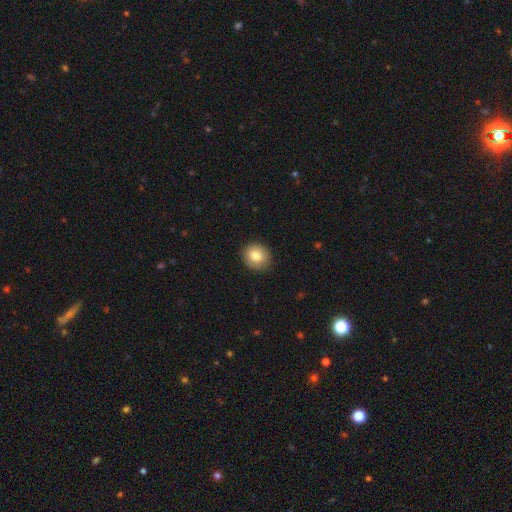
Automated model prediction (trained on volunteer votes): A smooth galaxy with no disk features (81%) that is round (75%).

Vote fractions:
- Smooth or featured? smooth: 81% / featured or disk: 11% / star or artifact: 8%
- How rounded? round: 75% / in between: 24% / cigar-shaped: 1%
- Merging? none: 88% / minor disturbance: 9% / major disturbance: 2% / merger: 1%